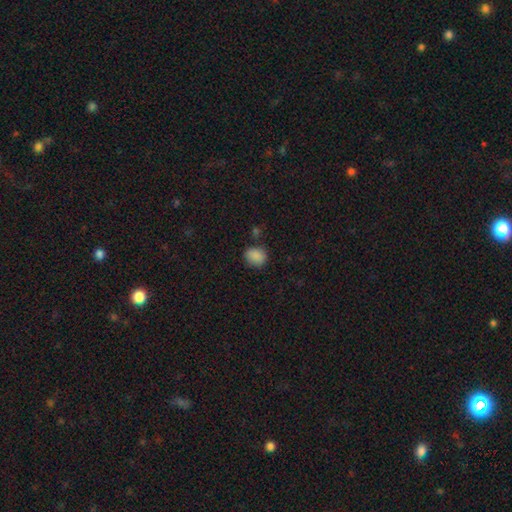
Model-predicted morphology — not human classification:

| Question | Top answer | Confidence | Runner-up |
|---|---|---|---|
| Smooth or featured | smooth | 87% | star or artifact (10%) |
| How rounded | round | 55% | in between (44%) |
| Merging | none | 76% | minor disturbance (16%) |